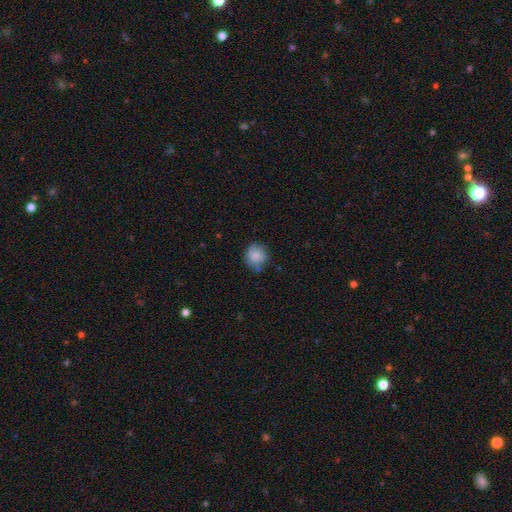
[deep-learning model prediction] smooth 80%, featured or disk 11%, star or artifact 8%. Down the decision tree: how rounded — round (82%); merging — none (68%).